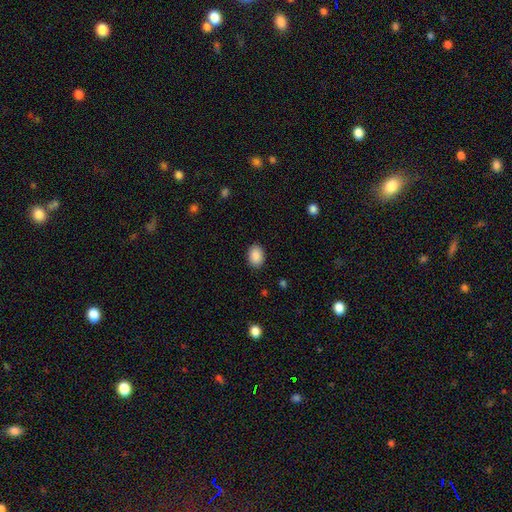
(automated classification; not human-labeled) Smooth or featured? Predicted: smooth (p=0.90). How rounded? Predicted: in between (p=0.78). Merging? Predicted: none (p=0.88).